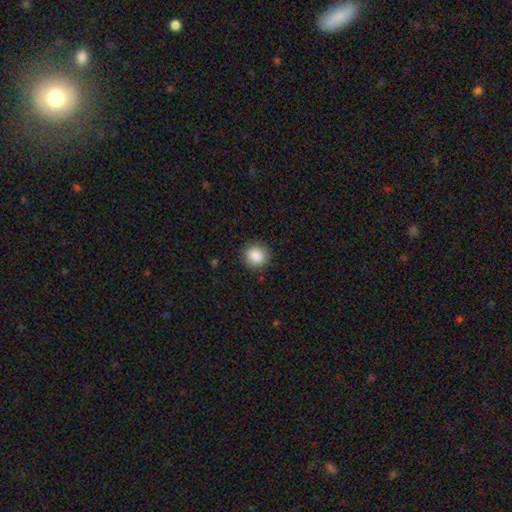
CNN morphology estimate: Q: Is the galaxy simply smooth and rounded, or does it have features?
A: smooth — 88%.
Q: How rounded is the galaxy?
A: round — 87%.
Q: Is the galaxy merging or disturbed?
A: none — 89%.